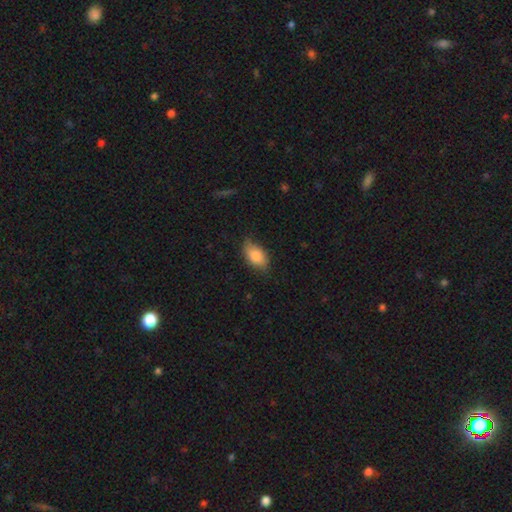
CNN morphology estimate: A smooth galaxy with no disk features (83%) that is in between round and cigar-shaped (91%). Merging: none (69%).